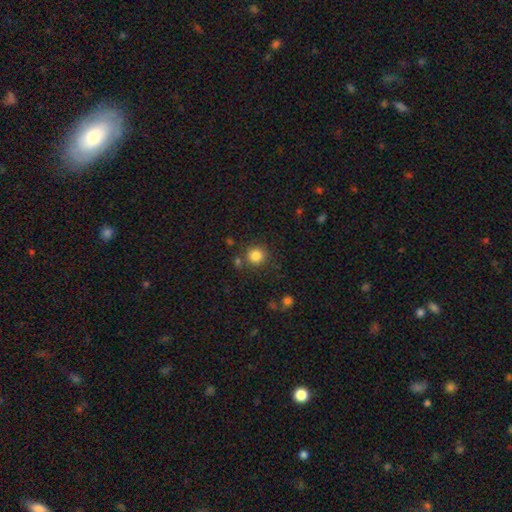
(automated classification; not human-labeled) smooth-or-featured: smooth: 84% | star or artifact: 11% | featured or disk: 5%
  how-rounded: round: 92% | in between: 7% | cigar-shaped: 1%
  merging: none: 83% | minor disturbance: 8% | merger: 6% | major disturbance: 3%